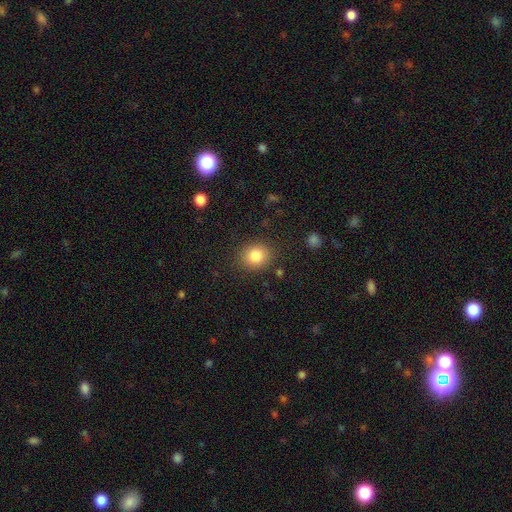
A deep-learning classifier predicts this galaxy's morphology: A smooth galaxy with no disk features (83%) that is round (74%). Merging: none (85%).